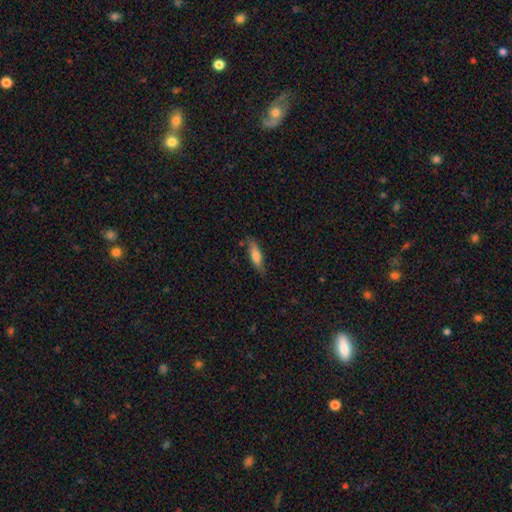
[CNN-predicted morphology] Q: Smooth or featured?
A: smooth (73%); runner-up: featured or disk (21%)
Q: How rounded?
A: cigar-shaped (51%); runner-up: in between (47%)
Q: Merging?
A: none (76%); runner-up: minor disturbance (18%)